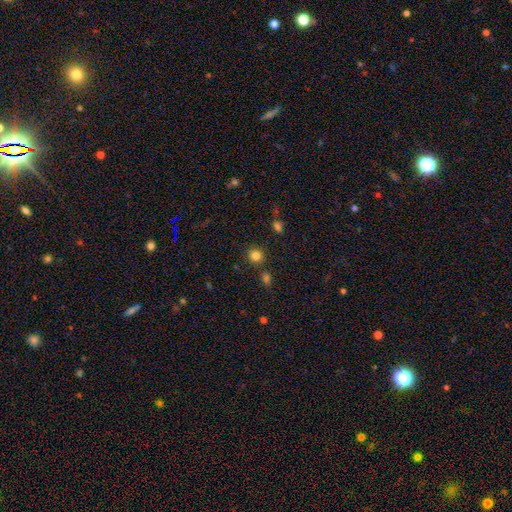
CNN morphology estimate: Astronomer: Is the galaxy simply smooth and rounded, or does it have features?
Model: smooth — 81%.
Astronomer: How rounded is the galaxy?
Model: round — 88%.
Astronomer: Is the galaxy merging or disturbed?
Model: none — 85%.